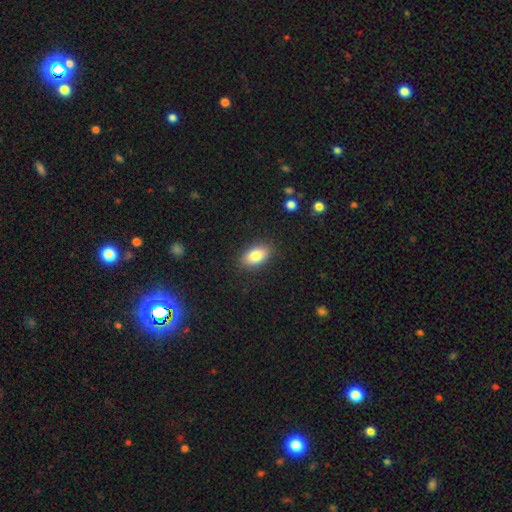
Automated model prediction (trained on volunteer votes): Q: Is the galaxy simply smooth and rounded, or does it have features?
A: smooth — 82%.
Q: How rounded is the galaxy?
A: in between — 90%.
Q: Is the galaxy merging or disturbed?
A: none — 87%.